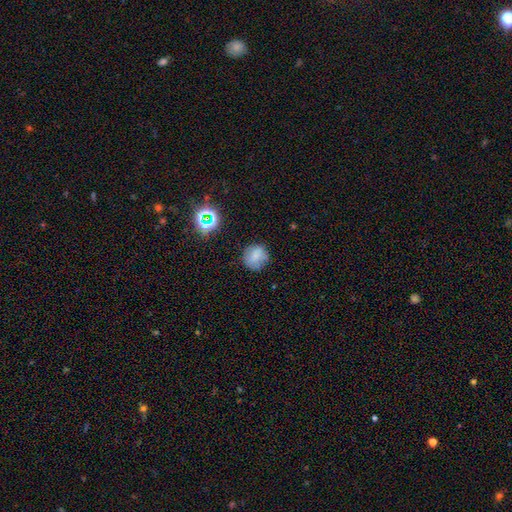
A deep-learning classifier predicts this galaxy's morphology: smooth_or_featured: smooth (p=0.72) [alt: star or artifact p=0.15]
how_rounded: round (p=0.85) [alt: in between p=0.14]
merging: none (p=0.76) [alt: minor disturbance p=0.17]